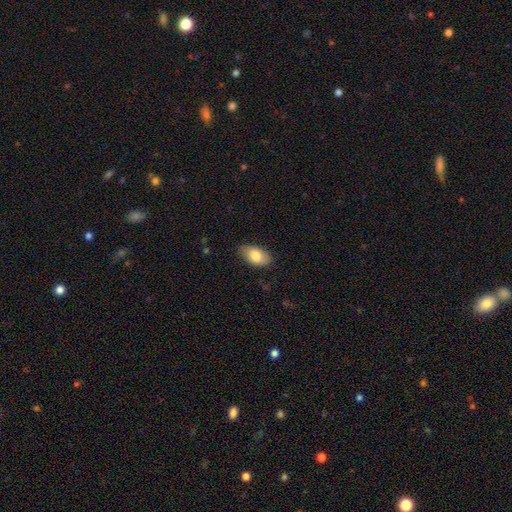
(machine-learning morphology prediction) Smooth or featured? Predicted: smooth (p=0.80). How rounded? Predicted: in between (p=0.93). Merging? Predicted: none (p=0.82).